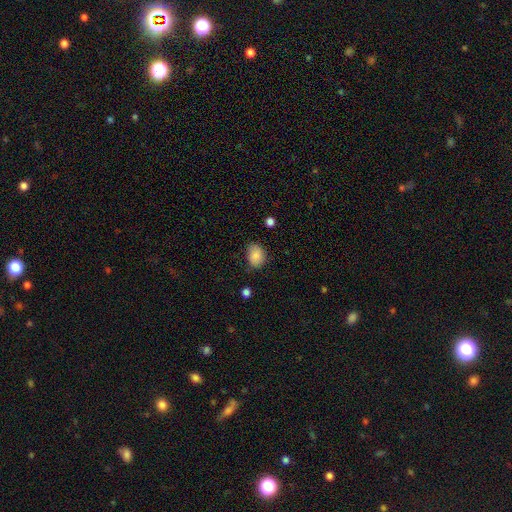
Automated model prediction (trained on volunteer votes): A smooth galaxy with no disk features (87%) that is in between round and cigar-shaped (65%). Merging: none (71%).